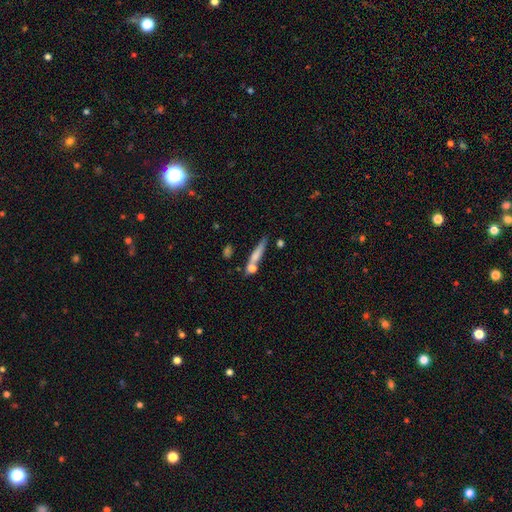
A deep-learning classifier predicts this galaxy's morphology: smooth 64%, featured or disk 27%, star or artifact 8%. Down the decision tree: how rounded — cigar-shaped (87%); merging — none (61%).